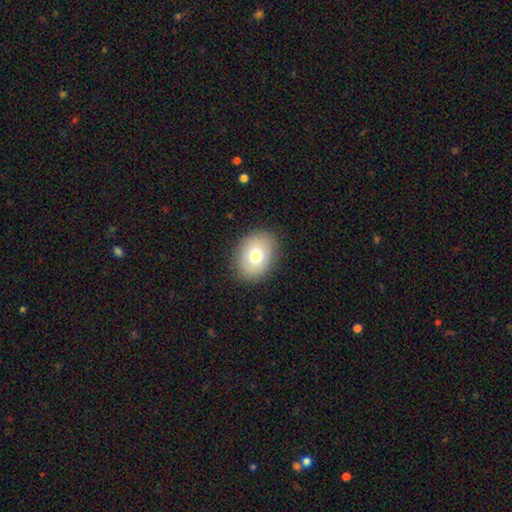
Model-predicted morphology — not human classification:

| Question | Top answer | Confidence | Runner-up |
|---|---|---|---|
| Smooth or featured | smooth | 75% | featured or disk (16%) |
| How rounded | in between | 72% | round (27%) |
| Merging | none | 87% | minor disturbance (9%) |